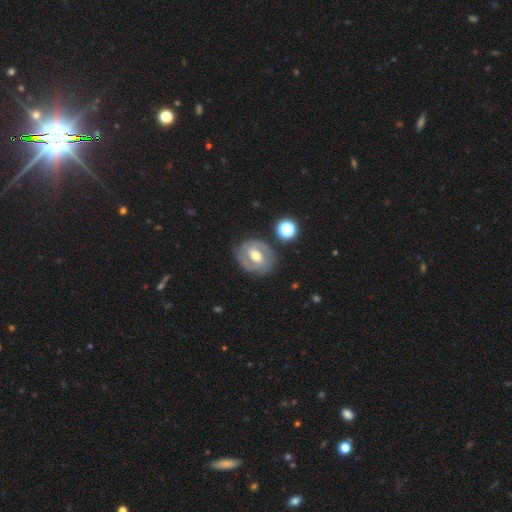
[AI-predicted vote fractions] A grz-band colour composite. It shows a featured or disk galaxy (70%) with a weak bar (47%), spiral arms (72%) and a moderate central bulge (74%). Merging: none (79%).